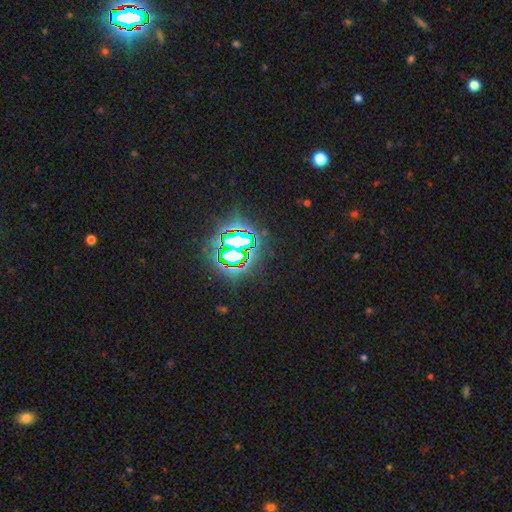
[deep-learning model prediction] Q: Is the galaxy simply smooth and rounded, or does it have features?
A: star or artifact — 83%.